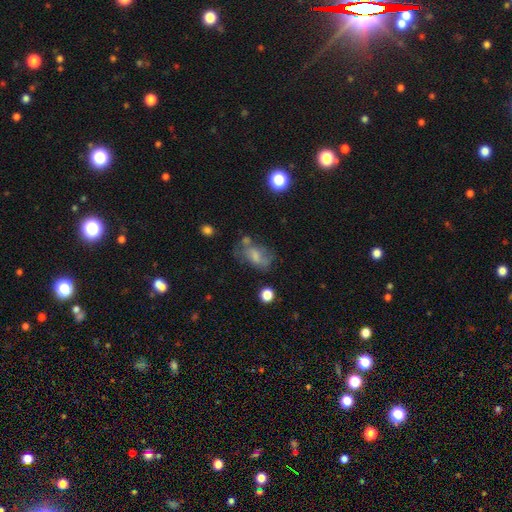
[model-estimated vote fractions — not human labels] A smooth galaxy with no disk features (54%) that is in between round and cigar-shaped (84%).

Vote fractions:
- Smooth or featured? smooth: 54% / featured or disk: 34% / star or artifact: 12%
- How rounded? in between: 84% / round: 12% / cigar-shaped: 4%
- Merging? none: 37% / minor disturbance: 26% / major disturbance: 25% / merger: 13%